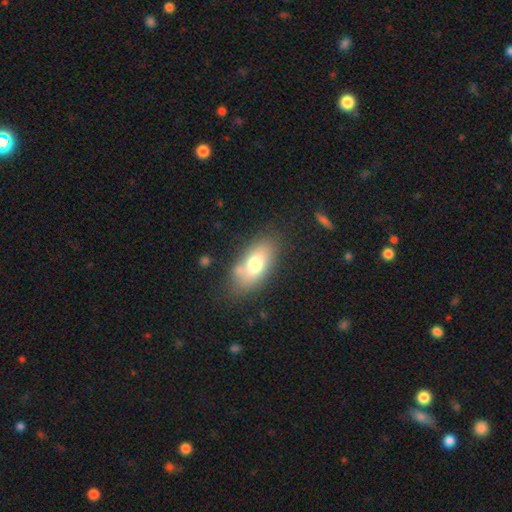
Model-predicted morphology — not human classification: Smooth or featured?
  - smooth: 70% *
  - featured or disk: 22%
  - star or artifact: 9%
How rounded?
  - in between: 87% *
  - cigar-shaped: 8%
  - round: 4%
Merging?
  - none: 75% *
  - minor disturbance: 15%
  - merger: 6%
  - major disturbance: 4%